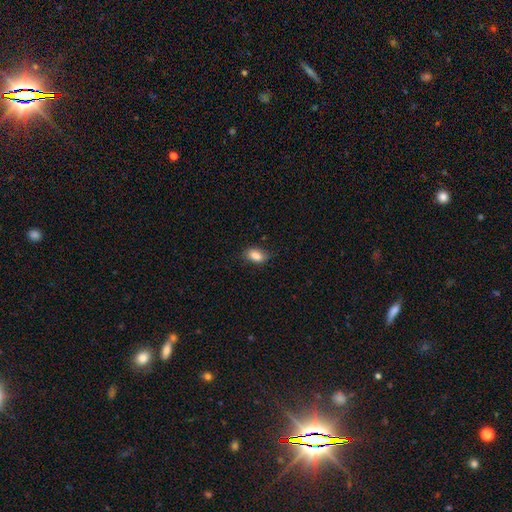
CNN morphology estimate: smooth_or_featured: smooth (p=0.86) [alt: star or artifact p=0.08]
how_rounded: in between (p=0.86) [alt: round p=0.11]
merging: none (p=0.76) [alt: minor disturbance p=0.19]